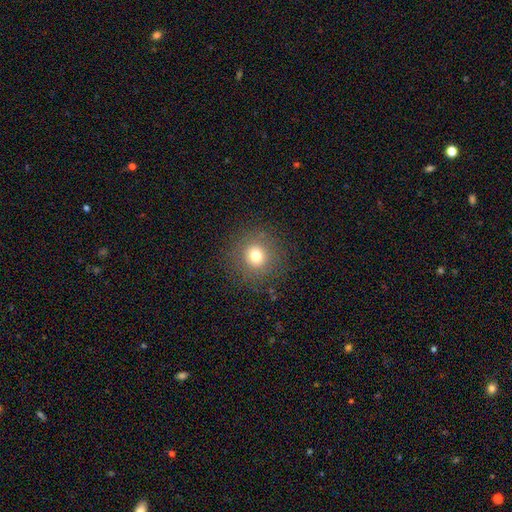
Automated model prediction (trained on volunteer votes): smooth-or-featured: smooth: 72% | star or artifact: 16% | featured or disk: 11%
  how-rounded: round: 94% | in between: 6% | cigar-shaped: 1%
  merging: none: 87% | minor disturbance: 8% | major disturbance: 4% | merger: 1%